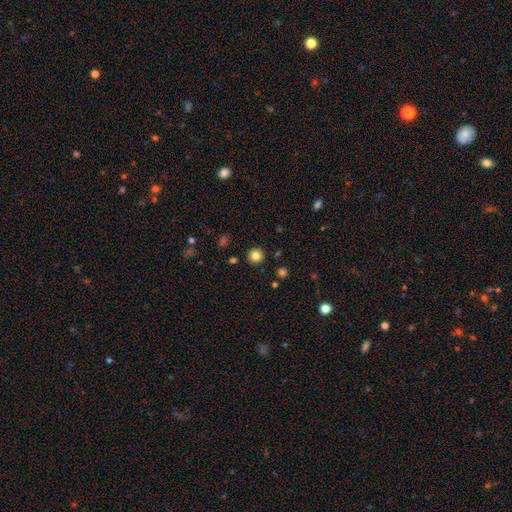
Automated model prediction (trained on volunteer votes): Q: Smooth or featured?
A: smooth (82%); runner-up: star or artifact (11%)
Q: How rounded?
A: round (94%); runner-up: in between (5%)
Q: Merging?
A: none (91%); runner-up: minor disturbance (5%)